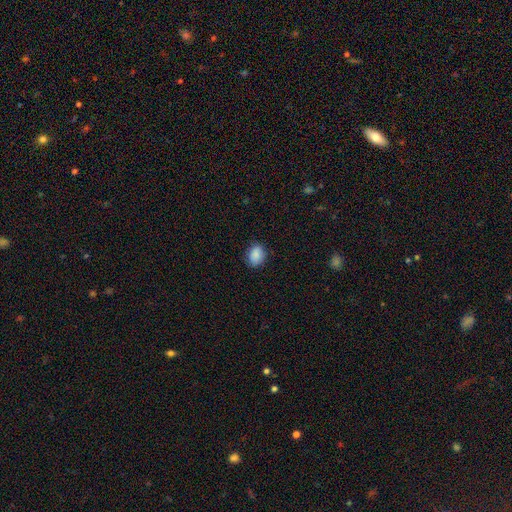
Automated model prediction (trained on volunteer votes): The model was most divided on "how rounded": in between: 67%, round: 32%, cigar-shaped: 1%. More confident: smooth or featured — smooth (88%); merging — none (84%).